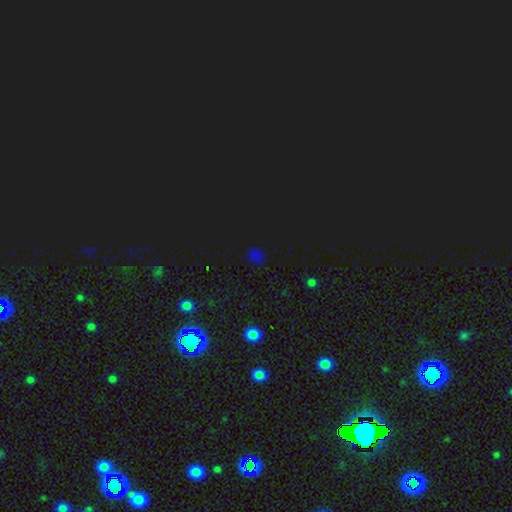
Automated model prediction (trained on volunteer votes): Morphology: type=star or artifact (60%).